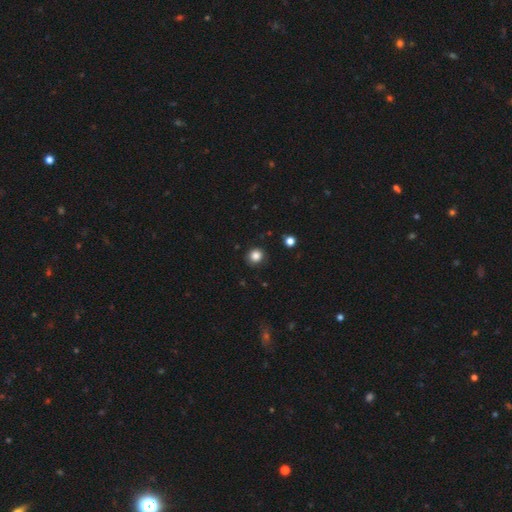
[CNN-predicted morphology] The model was most divided on "how rounded": round: 85%, in between: 14%, cigar-shaped: 1%. More confident: merging — none (86%); smooth or featured — smooth (84%).